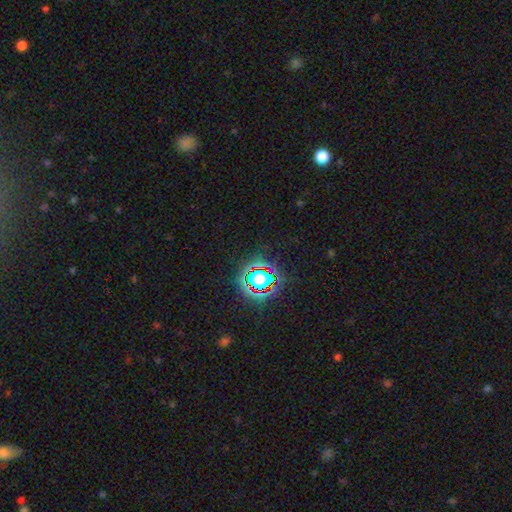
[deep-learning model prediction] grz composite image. It shows a star or artifact, not a galaxy (77%).